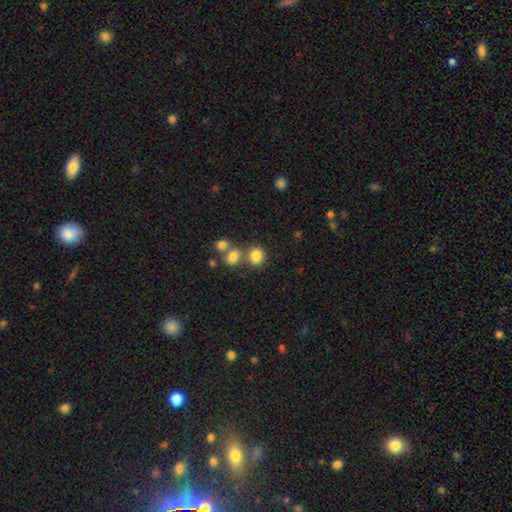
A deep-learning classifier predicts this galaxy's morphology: The model was most divided on "merging": none: 54%, merger: 32%, minor disturbance: 10%, major disturbance: 5%. More confident: smooth or featured — smooth (82%); how rounded — round (64%).